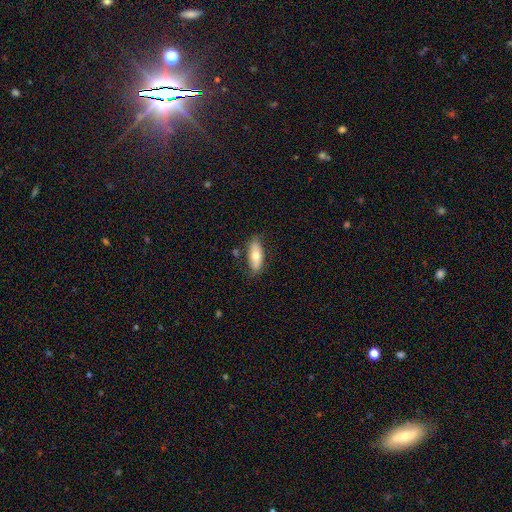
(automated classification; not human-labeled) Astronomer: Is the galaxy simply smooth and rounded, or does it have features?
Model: smooth — 68%.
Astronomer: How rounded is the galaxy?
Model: in between — 79%.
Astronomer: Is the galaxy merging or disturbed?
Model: none — 78%.